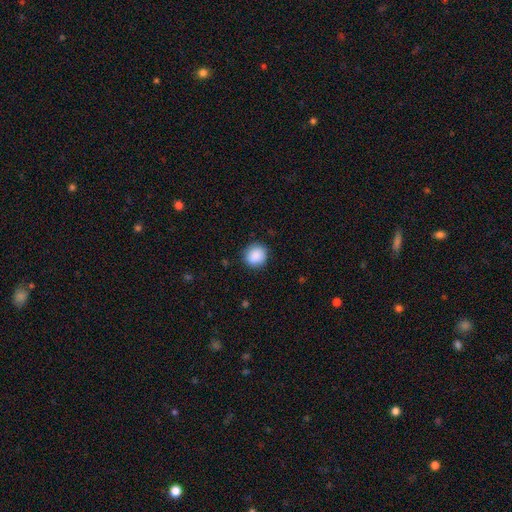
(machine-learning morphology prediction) A smooth galaxy with no disk features (89%) that is round (87%).

Vote fractions:
- Smooth or featured? smooth: 89% / star or artifact: 8% / featured or disk: 3%
- How rounded? round: 87% / in between: 13% / cigar-shaped: 1%
- Merging? none: 88% / minor disturbance: 9% / major disturbance: 2% / merger: 1%